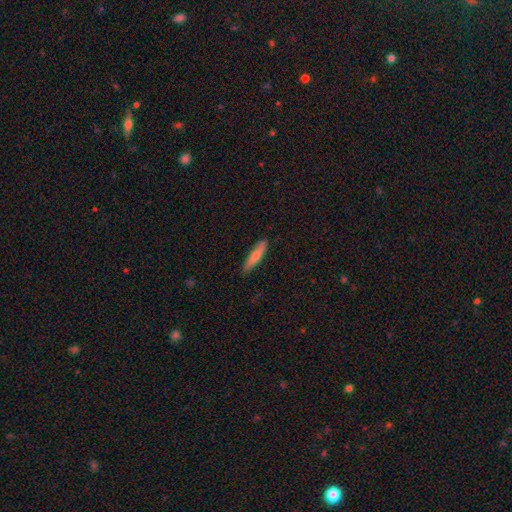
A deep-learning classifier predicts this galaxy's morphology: smooth_or_featured: smooth (p=0.76) [alt: featured or disk p=0.18]
how_rounded: cigar-shaped (p=0.83) [alt: in between p=0.16]
merging: none (p=0.84) [alt: minor disturbance p=0.13]